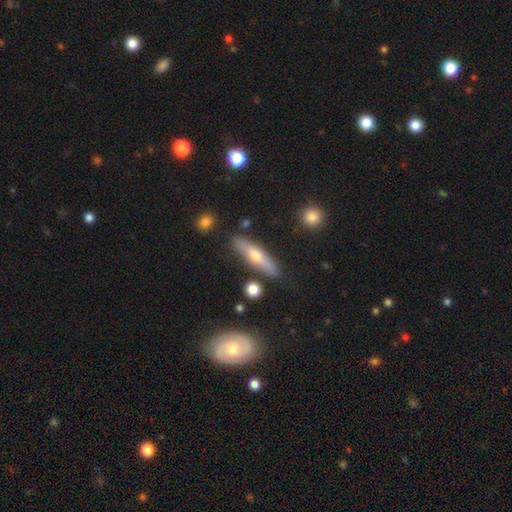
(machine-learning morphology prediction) smooth-or-featured: featured or disk: 55% | smooth: 38% | star or artifact: 7%
  disk-edge-on: yes: 85% | no: 15%
  merging: none: 85% | minor disturbance: 10% | merger: 3% | major disturbance: 2%